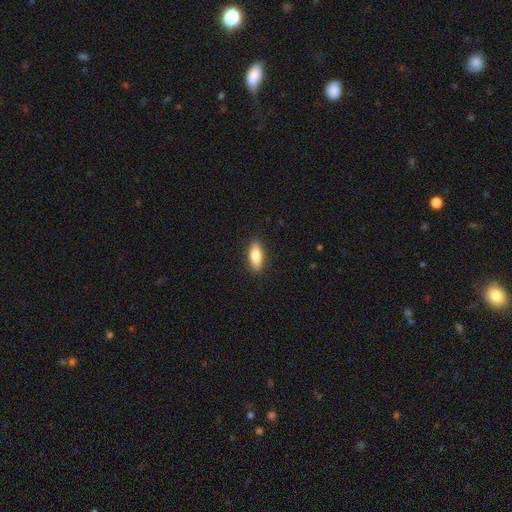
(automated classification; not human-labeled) Smooth or featured? Predicted: smooth (p=0.80). How rounded? Predicted: in between (p=0.76). Merging? Predicted: none (p=0.89).